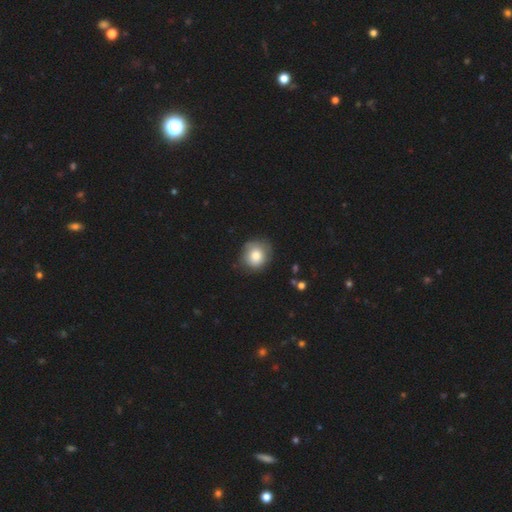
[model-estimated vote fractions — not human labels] smooth 81%, featured or disk 11%, star or artifact 8%. Down the decision tree: how rounded — round (82%); merging — none (72%).